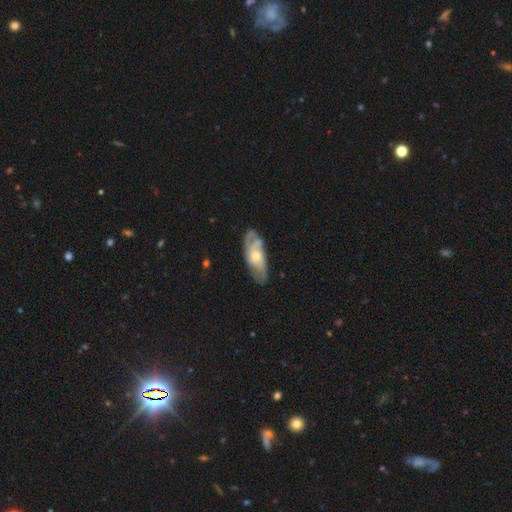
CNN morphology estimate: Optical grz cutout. It shows a featured or disk galaxy (70%) with no bar (73%), spiral arms (82%) and a moderate central bulge (50%). Merging: none (68%).